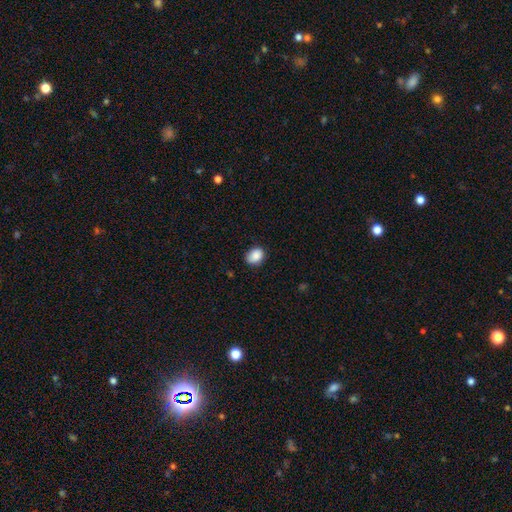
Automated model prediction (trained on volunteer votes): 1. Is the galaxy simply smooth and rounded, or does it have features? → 87% smooth, 8% star or artifact, 5% featured or disk.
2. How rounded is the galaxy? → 52% in between, 47% round, 1% cigar-shaped.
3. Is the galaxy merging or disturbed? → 79% none, 17% minor disturbance, 3% major disturbance, 1% merger.